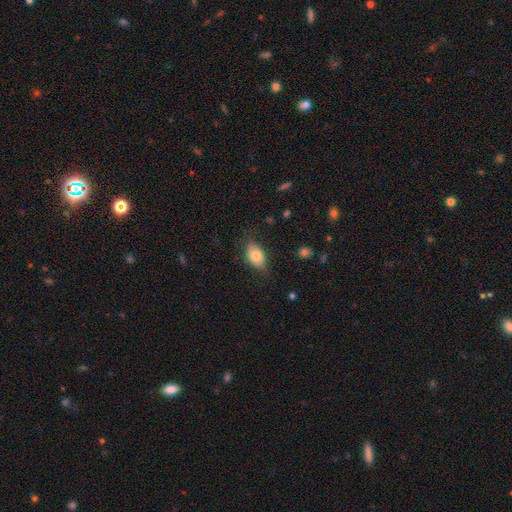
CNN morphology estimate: smooth-or-featured: smooth: 76% | featured or disk: 16% | star or artifact: 7%
  how-rounded: in between: 89% | round: 9% | cigar-shaped: 2%
  merging: none: 72% | minor disturbance: 21% | major disturbance: 6% | merger: 1%